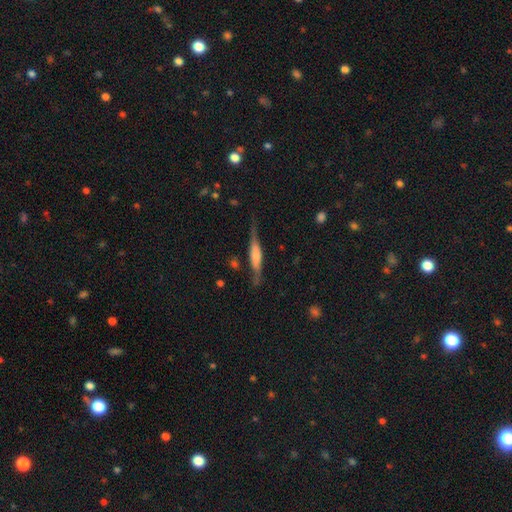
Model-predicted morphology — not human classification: smooth-or-featured: featured or disk: 58% | smooth: 36% | star or artifact: 6%
  disk-edge-on: yes: 90% | no: 10%
    edge-on-bulge: rounded: 43% | boxy: 42% | none: 15%
  merging: none: 70% | minor disturbance: 21% | major disturbance: 7% | merger: 2%